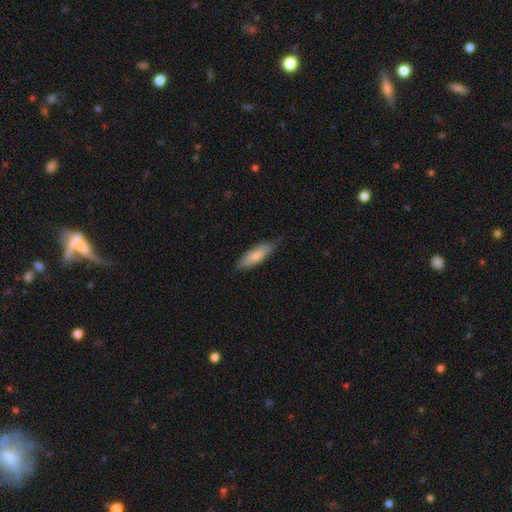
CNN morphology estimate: smooth 78%, featured or disk 17%, star or artifact 5%. Down the decision tree: how rounded — in between (60%); merging — none (68%).